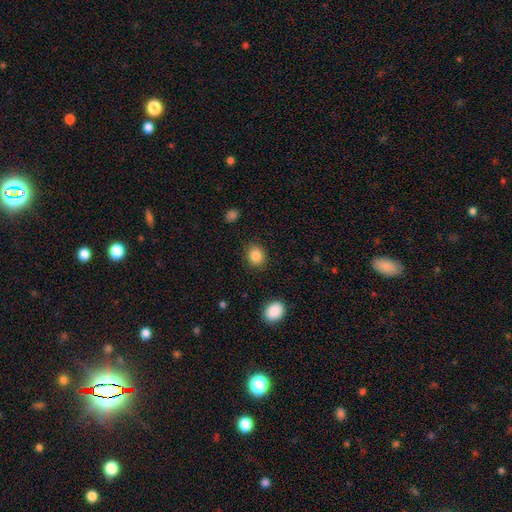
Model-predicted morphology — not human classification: A smooth galaxy with no disk features (86%) that is round (69%).

Vote fractions:
- Smooth or featured? smooth: 86% / star or artifact: 9% / featured or disk: 5%
- How rounded? round: 69% / in between: 31% / cigar-shaped: 1%
- Merging? none: 88% / minor disturbance: 8% / major disturbance: 3% / merger: 1%